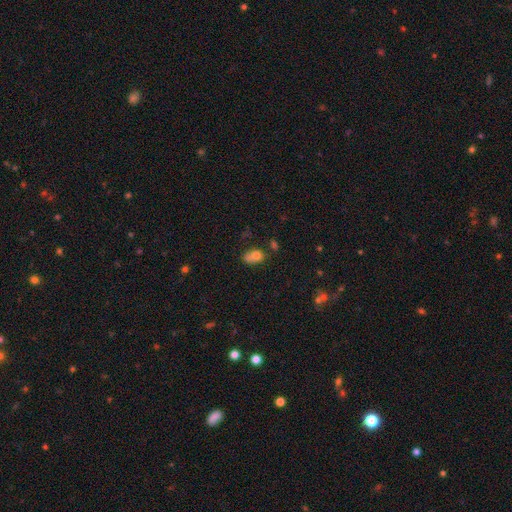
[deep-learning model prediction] This is likely a smooth galaxy (74%). How rounded: likely in between (74%). Merging: marginally none (39%).